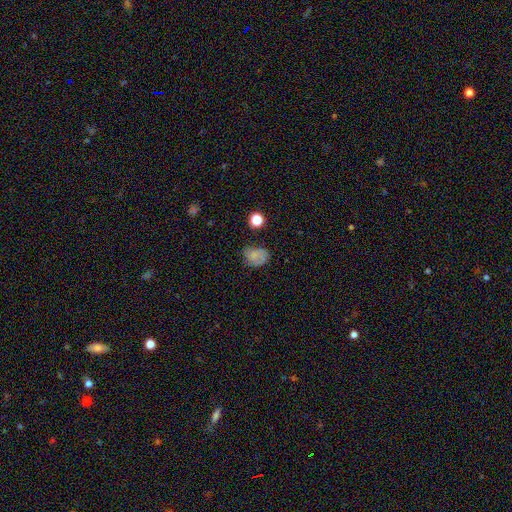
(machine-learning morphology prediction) Smooth or featured?
  - smooth: 63% *
  - featured or disk: 20%
  - star or artifact: 16%
How rounded?
  - in between: 60% *
  - round: 39%
  - cigar-shaped: 1%
Merging?
  - none: 56% *
  - minor disturbance: 27%
  - major disturbance: 13%
  - merger: 4%